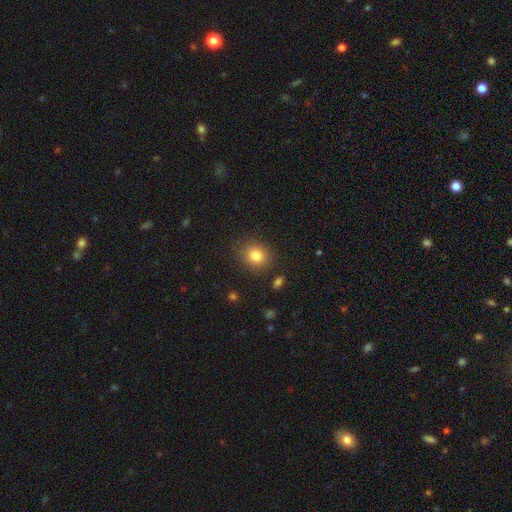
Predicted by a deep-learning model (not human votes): Smooth or featured?
  - smooth: 82% *
  - star or artifact: 10%
  - featured or disk: 7%
How rounded?
  - round: 75% *
  - in between: 24%
  - cigar-shaped: 1%
Merging?
  - none: 86% *
  - minor disturbance: 9%
  - major disturbance: 3%
  - merger: 2%